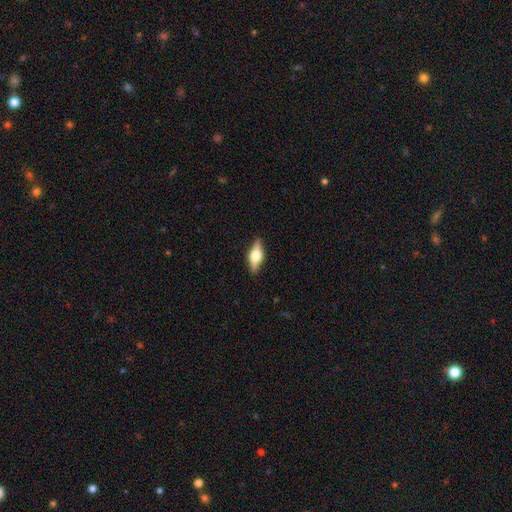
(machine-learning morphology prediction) Smooth or featured: featured or disk — 59% (smooth — 34%)
Edge-on disk: yes — 94% (no — 6%)
Edge-on bulge: rounded — 94% (boxy — 5%)
Merging: none — 88% (minor disturbance — 9%)